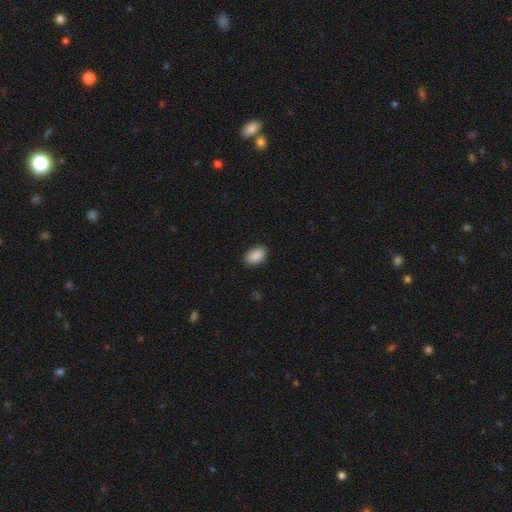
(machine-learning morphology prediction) type=smooth (90%); roundness=in between (92%); merging=none (88%).